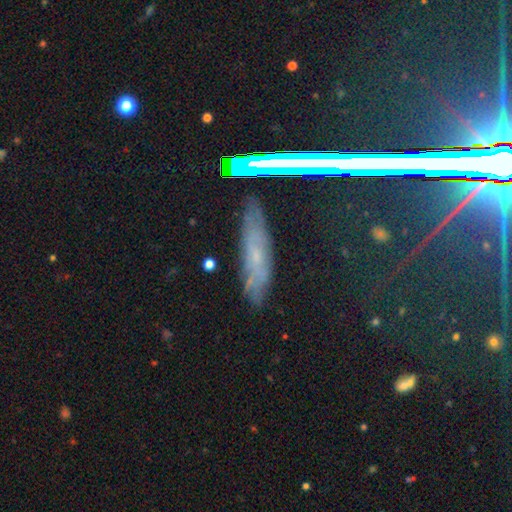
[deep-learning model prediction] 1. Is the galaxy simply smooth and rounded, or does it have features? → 45% featured or disk, 34% smooth, 21% star or artifact.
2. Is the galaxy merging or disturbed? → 79% none, 15% minor disturbance, 3% major disturbance, 2% merger.